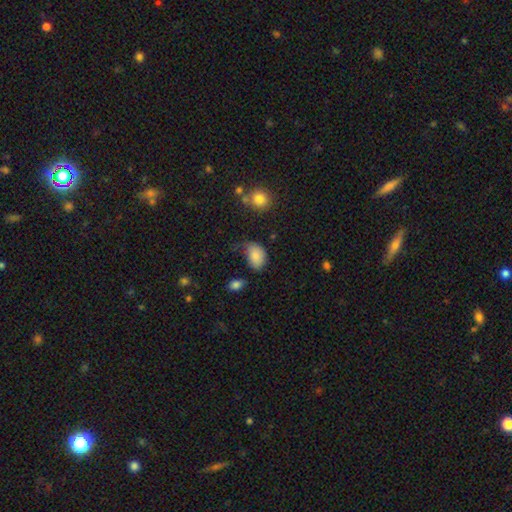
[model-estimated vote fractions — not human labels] Morphology: type=smooth (83%); roundness=in between (80%); merging=minor disturbance (40%).